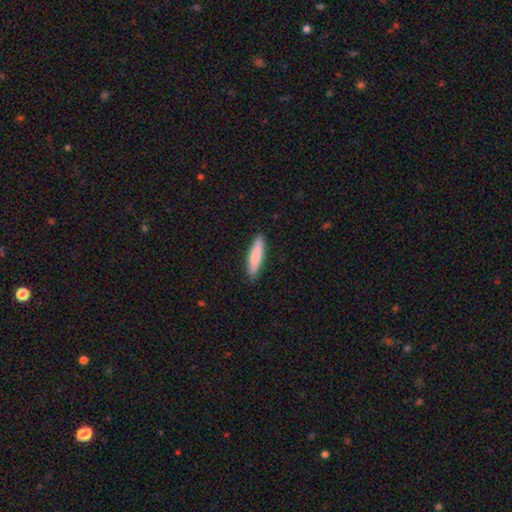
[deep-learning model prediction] This is clearly a smooth galaxy (83%). How rounded: clearly cigar-shaped (82%). Merging: clearly none (90%).